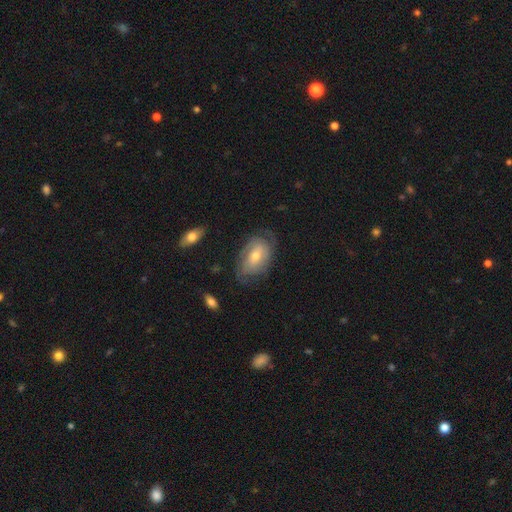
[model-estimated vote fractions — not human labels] This appears to be a featured or disk galaxy (59%) with no bar (58%), spiral arms (77%) and a moderate central bulge (57%). Merging: none (62%).